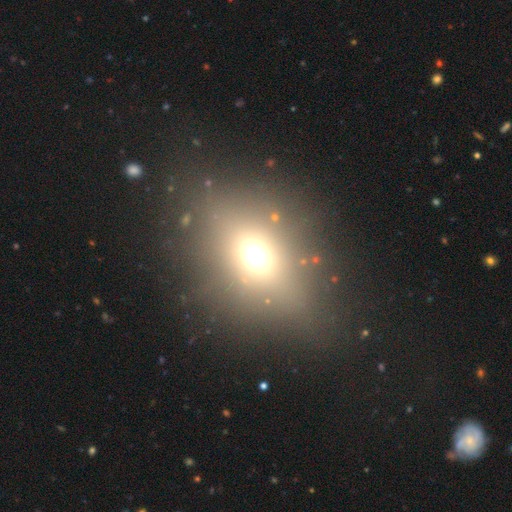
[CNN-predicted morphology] A smooth galaxy with no disk features (61%) that is in between round and cigar-shaped (55%).

Vote fractions:
- Smooth or featured? smooth: 61% / star or artifact: 23% / featured or disk: 15%
- How rounded? in between: 55% / round: 42% / cigar-shaped: 3%
- Merging? none: 80% / minor disturbance: 10% / major disturbance: 7% / merger: 3%